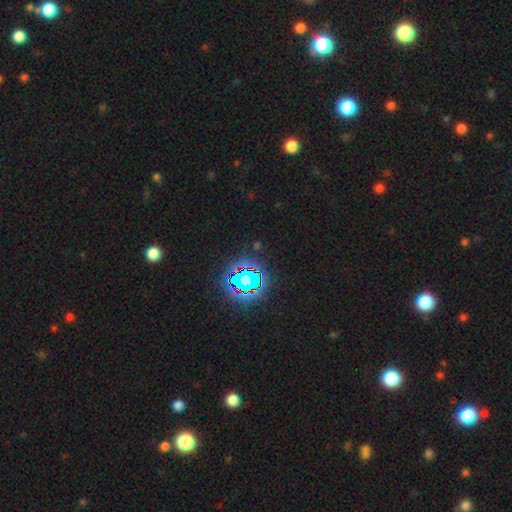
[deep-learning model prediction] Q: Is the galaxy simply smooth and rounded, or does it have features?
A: star or artifact — 80%.